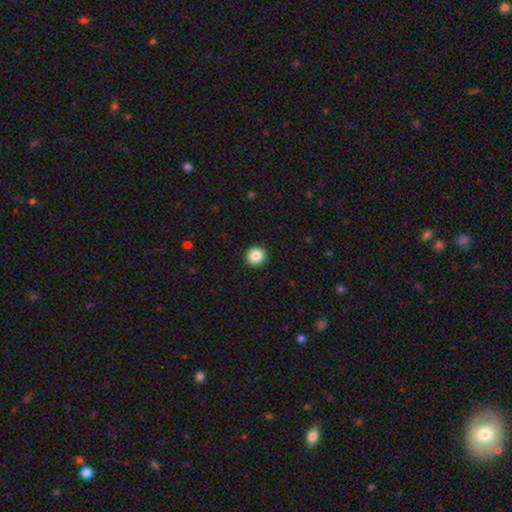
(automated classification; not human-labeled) Smooth or featured?
  - smooth: 86% *
  - star or artifact: 9%
  - featured or disk: 5%
How rounded?
  - round: 93% *
  - in between: 6%
  - cigar-shaped: 1%
Merging?
  - none: 93% *
  - minor disturbance: 4%
  - major disturbance: 1%
  - merger: 1%